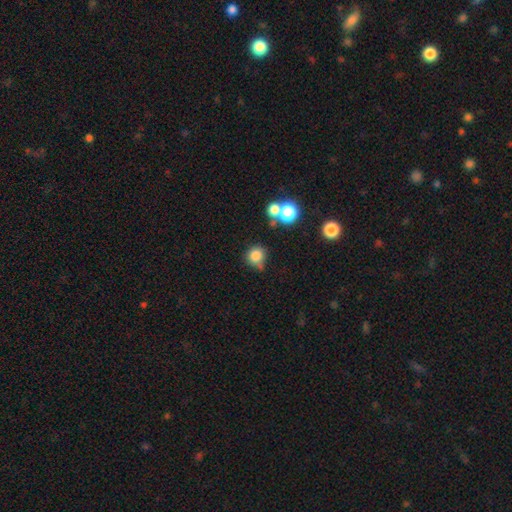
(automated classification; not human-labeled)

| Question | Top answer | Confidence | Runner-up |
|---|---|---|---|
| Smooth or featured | smooth | 80% | star or artifact (12%) |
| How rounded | round | 85% | in between (14%) |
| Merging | none | 56% | minor disturbance (22%) |